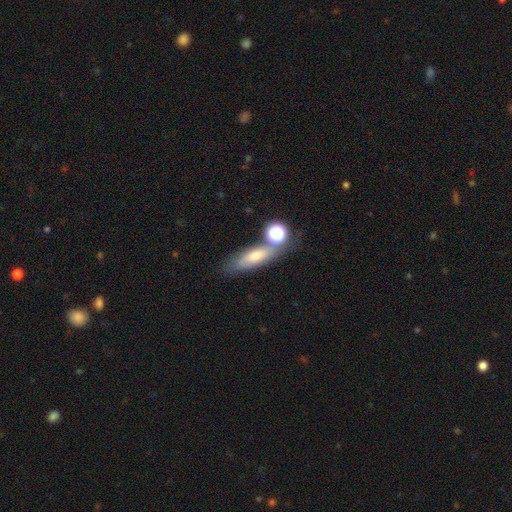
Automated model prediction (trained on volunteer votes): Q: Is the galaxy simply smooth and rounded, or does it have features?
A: smooth — 60%.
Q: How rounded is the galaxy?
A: in between — 47%.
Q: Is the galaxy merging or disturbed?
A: none — 58%.